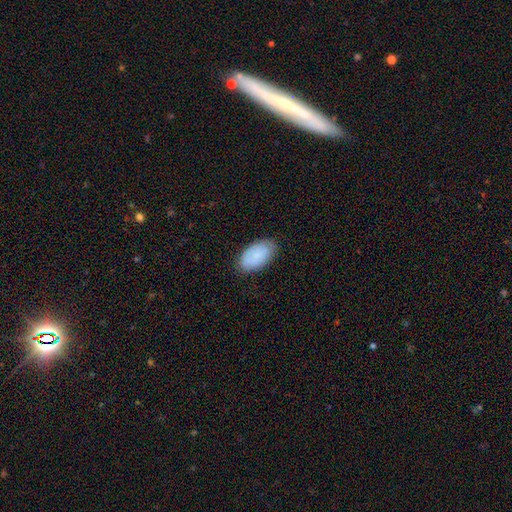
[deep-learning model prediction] This appears to be a smooth galaxy with no disk features (81%) that is in between round and cigar-shaped (95%). Merging: none (81%).